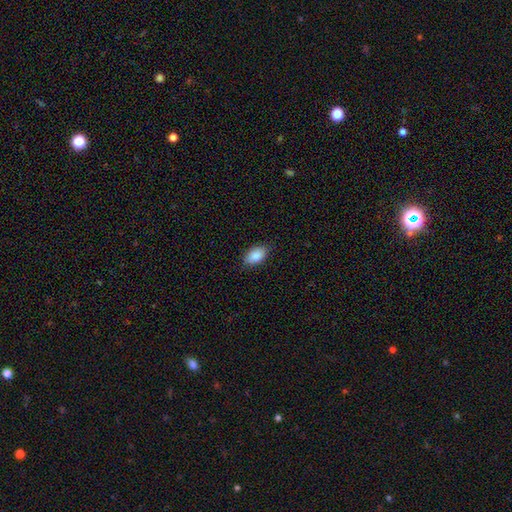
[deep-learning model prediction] smooth-or-featured: smooth: 89% | star or artifact: 7% | featured or disk: 5%
  how-rounded: in between: 92% | round: 5% | cigar-shaped: 2%
  merging: none: 84% | minor disturbance: 13% | major disturbance: 3% | merger: 1%